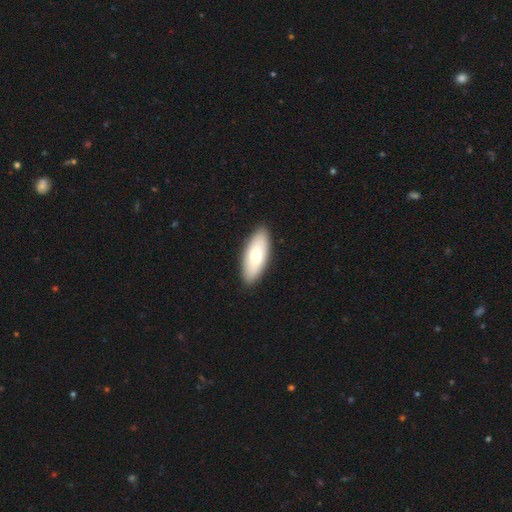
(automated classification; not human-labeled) A smooth galaxy with no disk features (69%) that is in between round and cigar-shaped (84%).

Vote fractions:
- Smooth or featured? smooth: 69% / featured or disk: 26% / star or artifact: 5%
- How rounded? in between: 84% / cigar-shaped: 14% / round: 2%
- Merging? none: 90% / minor disturbance: 7% / major disturbance: 2% / merger: 1%